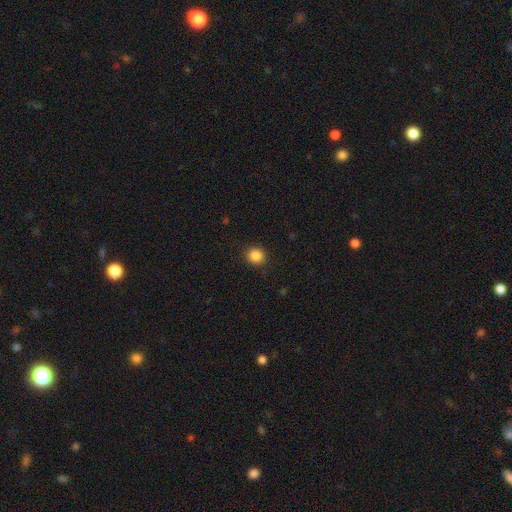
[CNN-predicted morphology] A smooth galaxy with no disk features (86%) that is round (90%). Merging: none (91%).